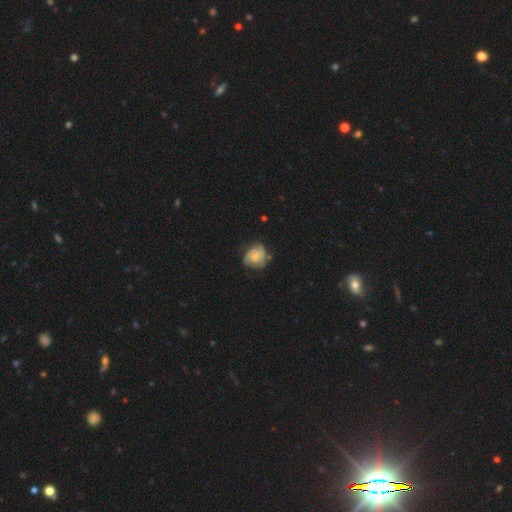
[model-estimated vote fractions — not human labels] The model was most divided on "bulge size": small: 45%, moderate: 41%, none: 8%, large: 5%, dominant: 1%. More confident: edge-on disk — no (98%); spiral arms — yes (80%); bar — no (76%); merging — none (55%); smooth or featured — featured or disk (53%).